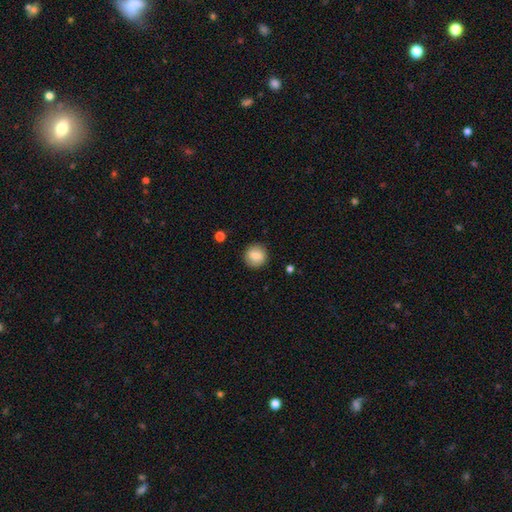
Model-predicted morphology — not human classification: Smooth or featured: smooth — 80% (featured or disk — 12%)
How rounded: round — 89% (in between — 10%)
Merging: none — 89% (minor disturbance — 8%)